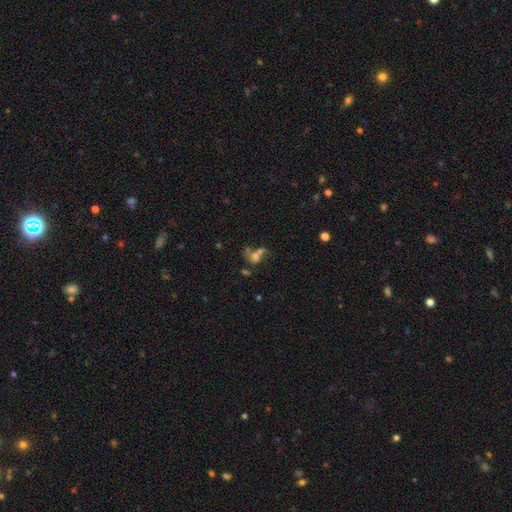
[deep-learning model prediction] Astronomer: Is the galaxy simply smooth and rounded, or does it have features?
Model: smooth — 54%.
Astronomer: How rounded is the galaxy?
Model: in between — 54% (runner-up: round, 43%).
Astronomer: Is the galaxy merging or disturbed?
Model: merger — 56%.